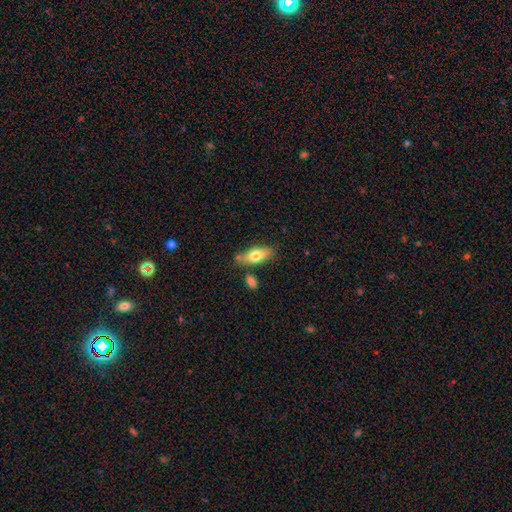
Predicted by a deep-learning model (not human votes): smooth_or_featured: smooth (p=0.75) [alt: featured or disk p=0.19]
how_rounded: in between (p=0.80) [alt: cigar-shaped p=0.17]
merging: none (p=0.69) [alt: minor disturbance p=0.17]